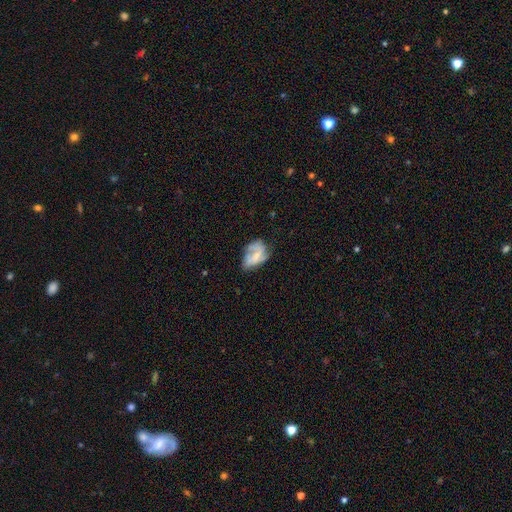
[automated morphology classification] This appears to be a featured or disk galaxy (50%). Merging: none (40%).